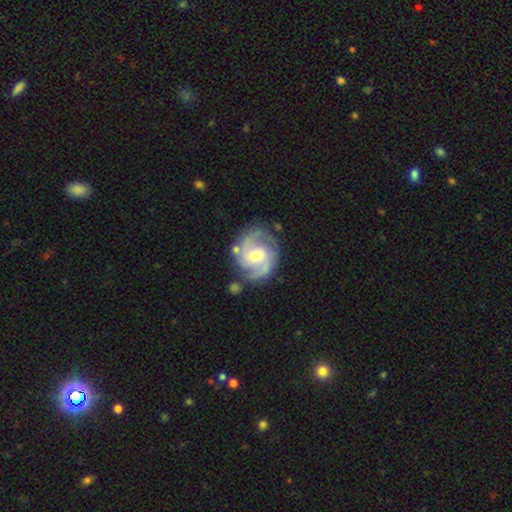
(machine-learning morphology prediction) Smooth or featured?
  - featured or disk: 89% *
  - smooth: 7%
  - star or artifact: 4%
Edge-on disk?
  - no: 98% *
  - yes: 2%
Bar?
  - no: 47% *
  - weak: 42%
  - strong: 11%
Spiral arms?
  - yes: 98% *
  - no: 2%
Spiral winding?
  - medium: 48% *
  - tight: 43%
  - loose: 9%
Spiral arm count?
  - 2: 66% *
  - 3: 20%
  - can't tell: 6%
  - 4: 3%
  - 1: 3%
  - more than 4: 2%
Bulge size?
  - moderate: 59% *
  - small: 33%
  - large: 5%
  - none: 2%
  - dominant: 1%
Merging?
  - none: 76% *
  - minor disturbance: 15%
  - major disturbance: 5%
  - merger: 4%